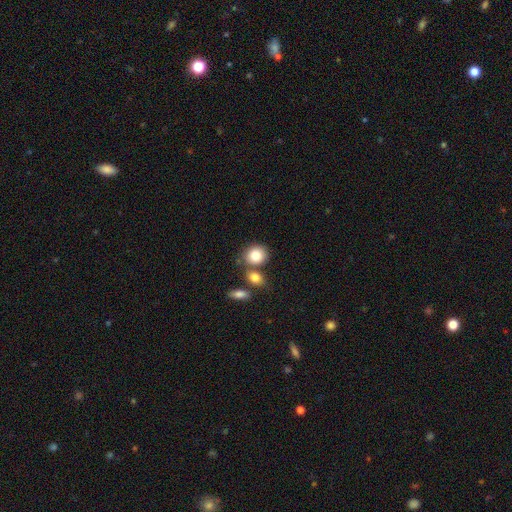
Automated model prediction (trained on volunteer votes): The model was most divided on "merging": none: 58%, merger: 27%, minor disturbance: 11%, major disturbance: 4%. More confident: smooth or featured — smooth (83%); how rounded — round (67%).